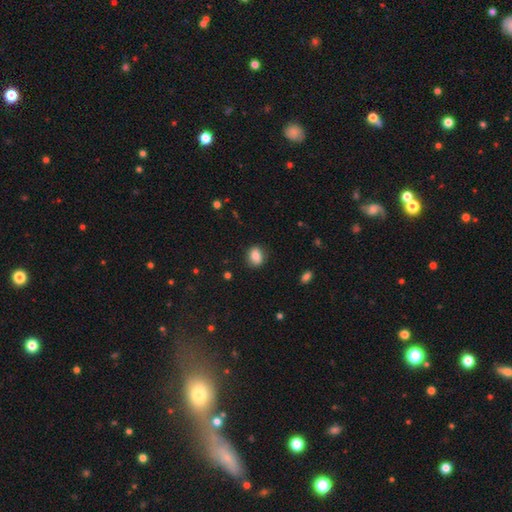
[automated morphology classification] smooth-or-featured: smooth: 83% | star or artifact: 9% | featured or disk: 8%
  how-rounded: in between: 51% | round: 47% | cigar-shaped: 1%
  merging: none: 84% | minor disturbance: 12% | major disturbance: 3% | merger: 1%